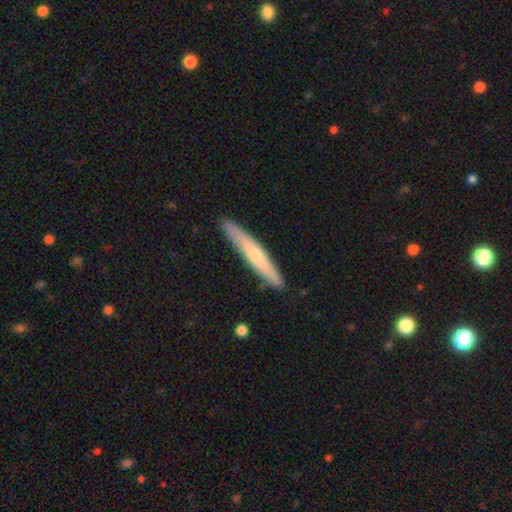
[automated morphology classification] Smooth or featured?
  - smooth: 56% *
  - featured or disk: 39%
  - star or artifact: 5%
How rounded?
  - cigar-shaped: 95% *
  - in between: 4%
  - round: 1%
Merging?
  - none: 89% *
  - minor disturbance: 8%
  - major disturbance: 1%
  - merger: 1%